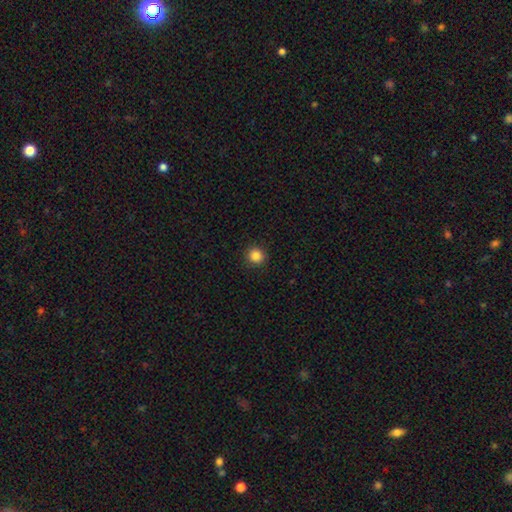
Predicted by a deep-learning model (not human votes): A smooth galaxy with no disk features (85%) that is round (93%).

Vote fractions:
- Smooth or featured? smooth: 85% / star or artifact: 11% / featured or disk: 4%
- How rounded? round: 93% / in between: 6% / cigar-shaped: 1%
- Merging? none: 92% / minor disturbance: 5% / major disturbance: 2% / merger: 1%